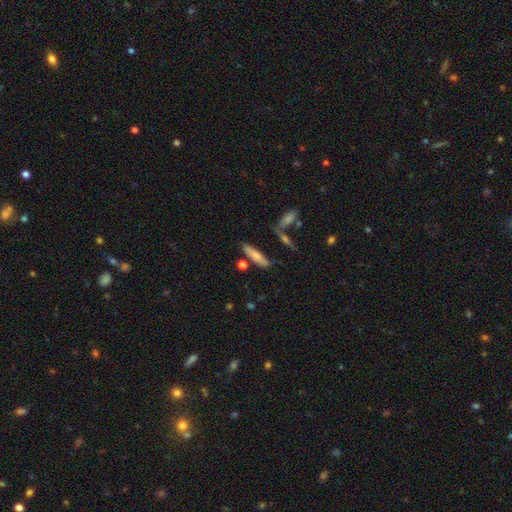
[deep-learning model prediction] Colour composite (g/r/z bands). It shows a smooth galaxy with no disk features (72%) that is cigar-shaped (75%). Merging: none (74%).